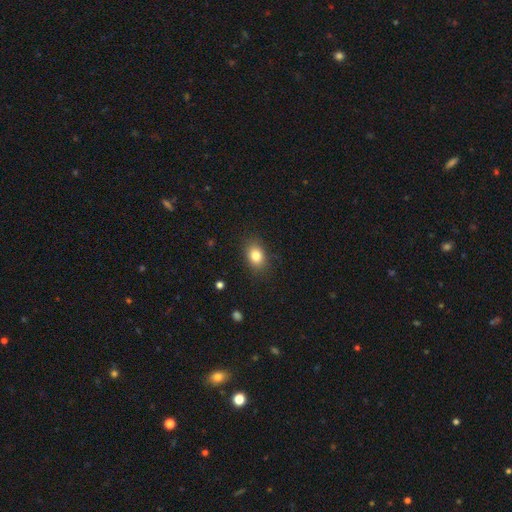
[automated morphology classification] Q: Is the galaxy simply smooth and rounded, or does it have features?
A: smooth — 83%.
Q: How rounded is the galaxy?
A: in between — 68%.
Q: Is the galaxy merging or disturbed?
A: none — 86%.